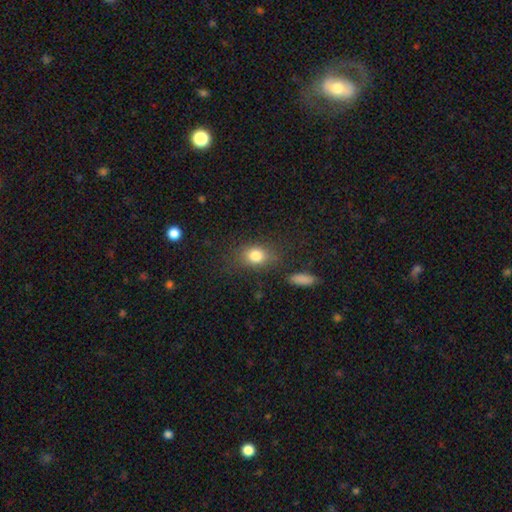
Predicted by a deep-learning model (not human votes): The model was most divided on "how rounded": in between: 59%, round: 38%, cigar-shaped: 3%. More confident: smooth or featured — smooth (81%); merging — none (76%).